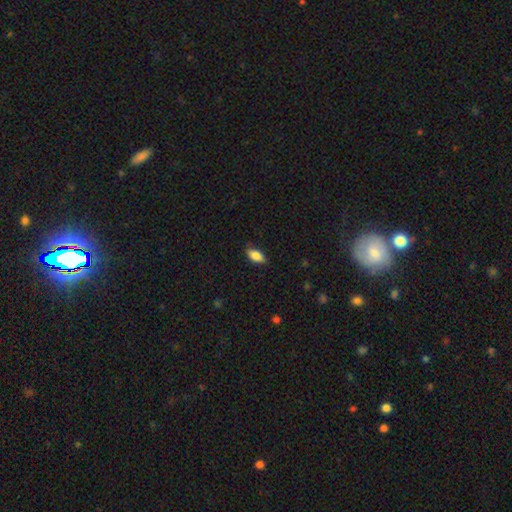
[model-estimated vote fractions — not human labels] This is clearly a smooth galaxy (85%). How rounded: clearly in between (90%). Merging: clearly none (83%).